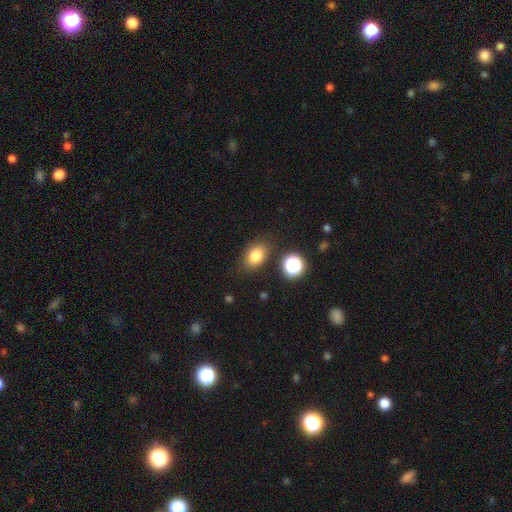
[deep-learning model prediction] Overall: smooth (80%). How rounded: in between (74%). Merging: none (80%).